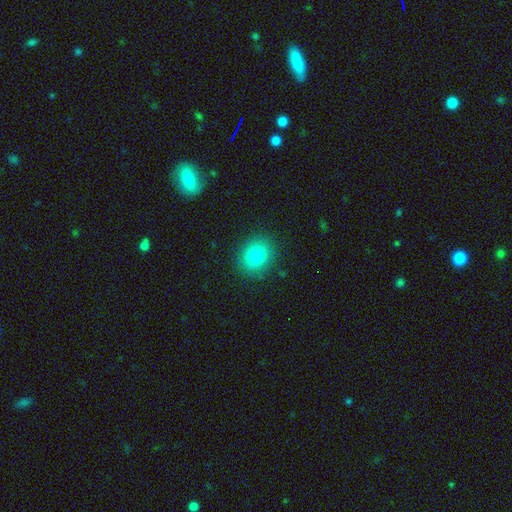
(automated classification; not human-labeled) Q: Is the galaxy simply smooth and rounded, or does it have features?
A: smooth — 82%.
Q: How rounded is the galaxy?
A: round — 64%.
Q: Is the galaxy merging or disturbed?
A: none — 88%.